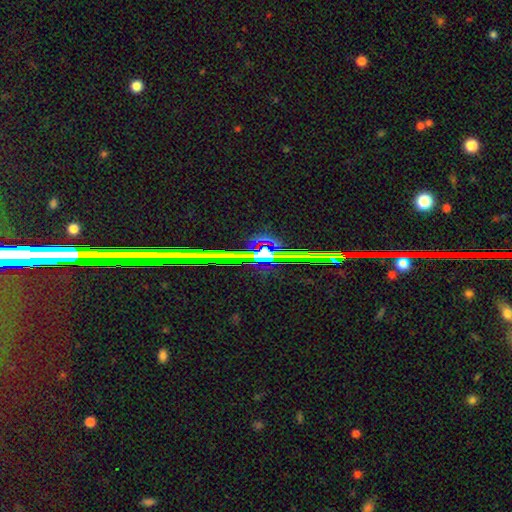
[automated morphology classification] This is likely a star or artifact rather than a galaxy (79%).